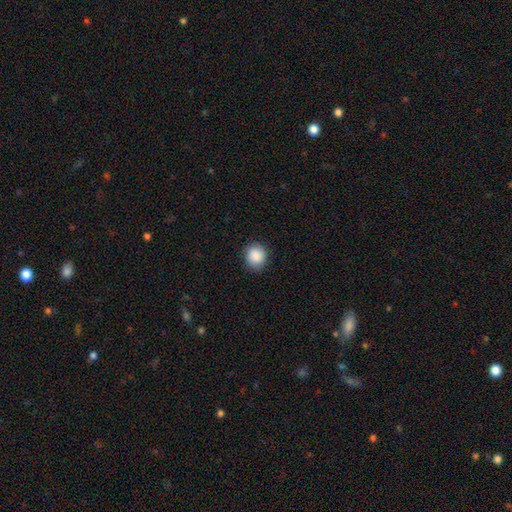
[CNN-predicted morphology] Smooth or featured? smooth (89%)
How rounded? round (83%)
Merging? none (88%)